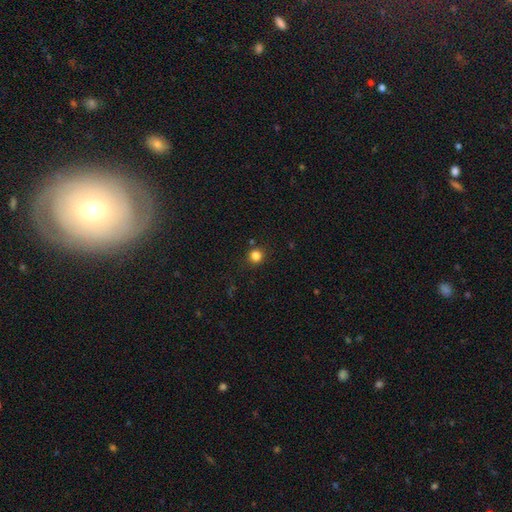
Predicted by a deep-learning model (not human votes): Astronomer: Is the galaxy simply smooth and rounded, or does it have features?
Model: smooth — 83%.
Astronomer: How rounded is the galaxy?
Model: round — 90%.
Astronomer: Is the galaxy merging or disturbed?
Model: none — 86%.